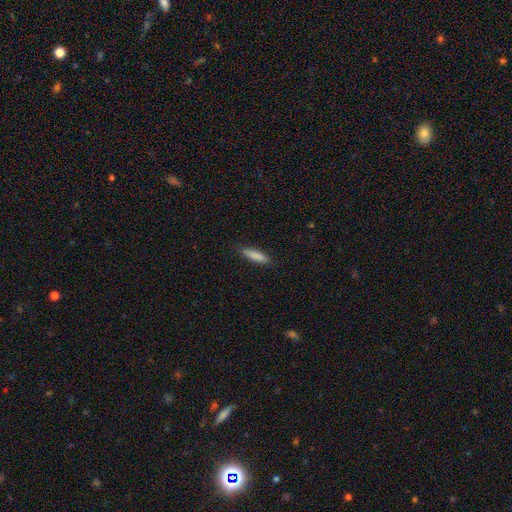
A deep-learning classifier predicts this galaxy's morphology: Smooth or featured? smooth (85%)
How rounded? cigar-shaped (78%)
Merging? none (88%)